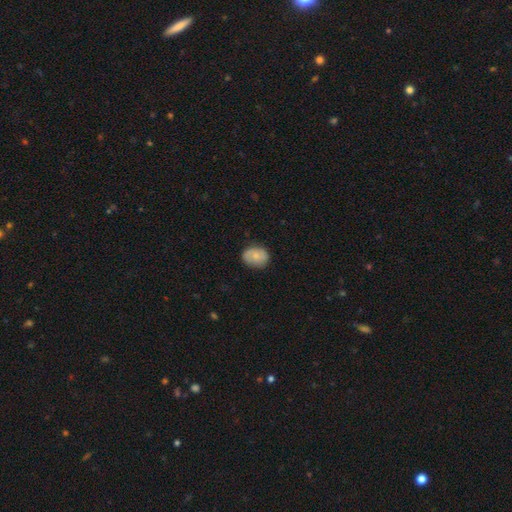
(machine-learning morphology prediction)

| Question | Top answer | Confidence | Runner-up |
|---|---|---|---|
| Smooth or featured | smooth | 65% | featured or disk (28%) |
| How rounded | in between | 52% | round (47%) |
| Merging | none | 76% | minor disturbance (18%) |